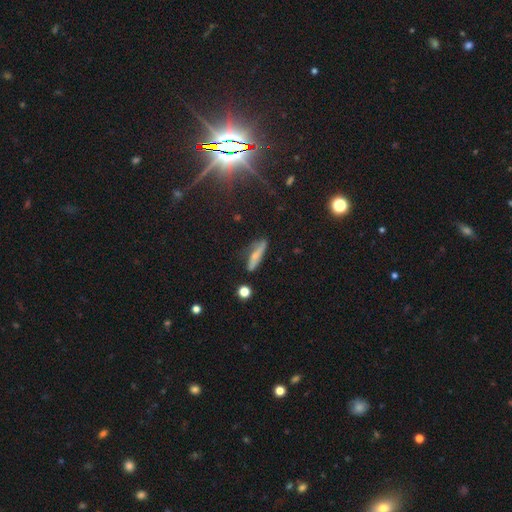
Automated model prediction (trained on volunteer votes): Smooth or featured? Predicted: smooth (p=0.52). How rounded? Predicted: cigar-shaped (p=0.69). Merging? Predicted: none (p=0.63).